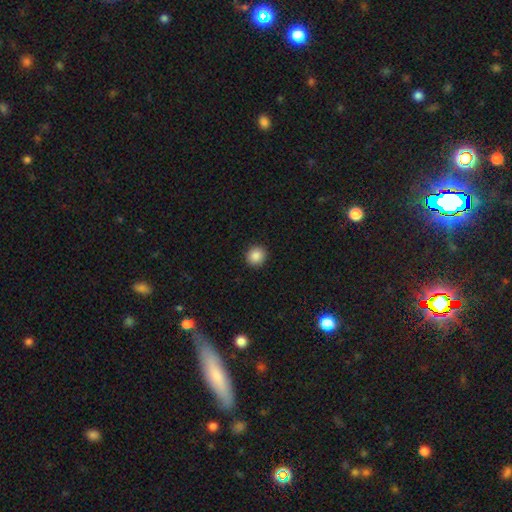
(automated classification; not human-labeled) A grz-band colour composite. It shows a smooth galaxy with no disk features (87%) that is round (91%). Merging: none (93%).